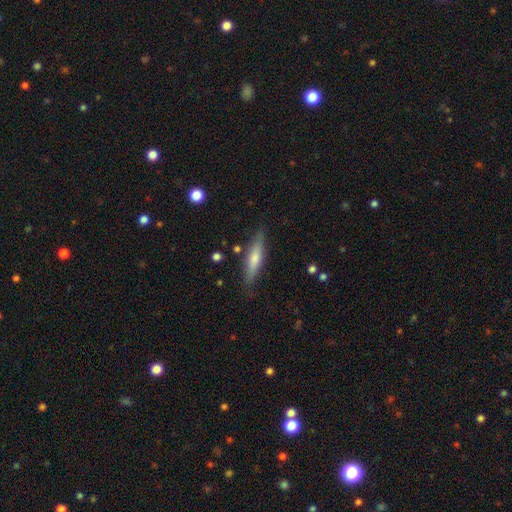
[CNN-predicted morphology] A smooth galaxy with no disk features (49%).

Vote fractions:
- Smooth or featured? smooth: 49% / featured or disk: 44% / star or artifact: 7%
- Merging? none: 85% / minor disturbance: 11% / major disturbance: 2% / merger: 2%